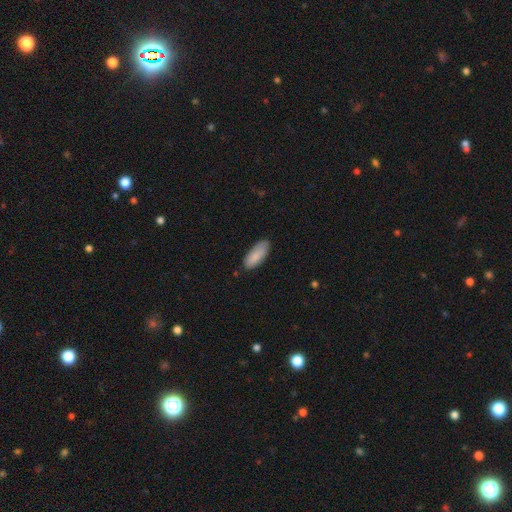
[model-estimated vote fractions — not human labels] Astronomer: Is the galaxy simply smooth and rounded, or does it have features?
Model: smooth — 86%.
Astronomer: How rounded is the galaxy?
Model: in between — 80%.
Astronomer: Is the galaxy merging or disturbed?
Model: none — 77%.